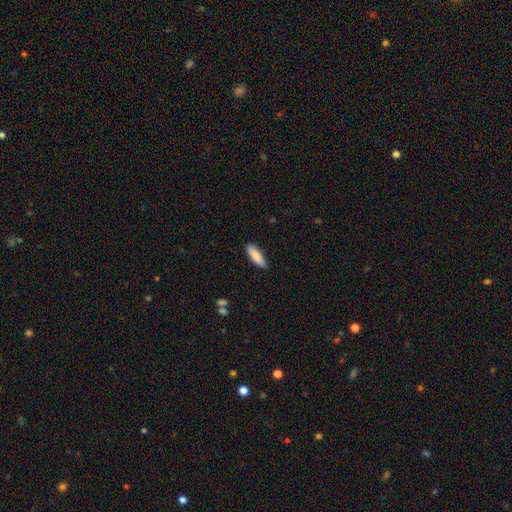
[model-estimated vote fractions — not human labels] Morphology: type=smooth (84%); roundness=cigar-shaped (52%); merging=none (85%).